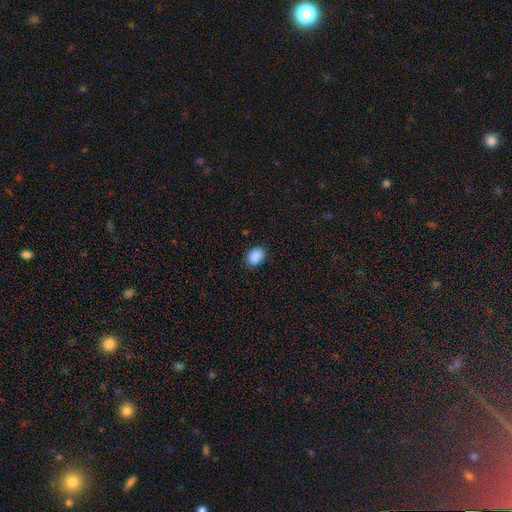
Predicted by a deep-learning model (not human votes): The model was most divided on "how rounded": in between: 71%, round: 28%, cigar-shaped: 1%. More confident: smooth or featured — smooth (89%); merging — none (86%).